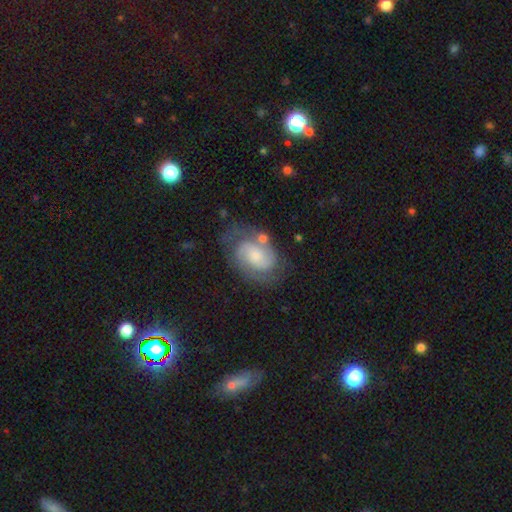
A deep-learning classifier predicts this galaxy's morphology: A featured or disk galaxy (73%) with no bar (62%), 2 (80%) medium (45%) spiral arms (93%) and a small central bulge (50%).

Vote fractions:
- Smooth or featured? featured or disk: 73% / smooth: 20% / star or artifact: 7%
- Edge-on disk? no: 97% / yes: 3%
- Bar? no: 62% / weak: 32% / strong: 6%
- Spiral arms? yes: 93% / no: 7%
- Spiral winding? medium: 45% / tight: 41% / loose: 14%
- Spiral arm count? 2: 80% / can't tell: 10% / 3: 5% / 1: 3% / 4: 2% / more than 4: 1%
- Bulge size? small: 50% / moderate: 32% / none: 8% / large: 8% / dominant: 2%
- Merging? none: 64% / minor disturbance: 20% / major disturbance: 11% / merger: 5%